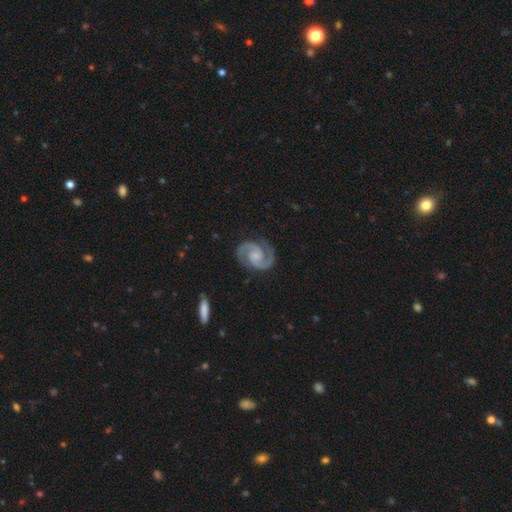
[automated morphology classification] type=featured or disk (94%); edge-on=no (98%); bar=no (57%); spiral arms=yes (99%); winding=medium (54%); arm count=2 (94%); bulge=small (46%); merging=none (85%).